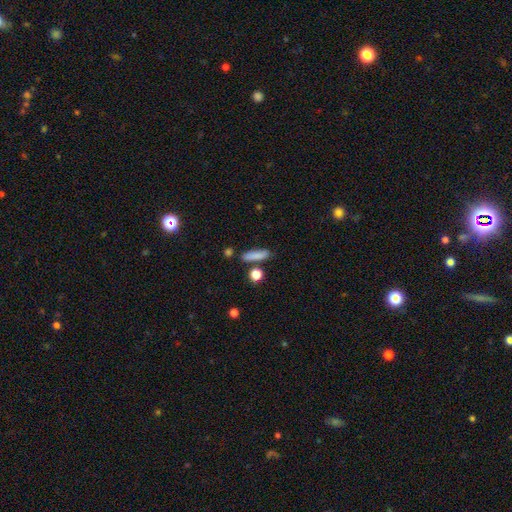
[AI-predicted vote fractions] Smooth or featured: smooth — 82% (star or artifact — 9%)
How rounded: cigar-shaped — 65% (in between — 28%)
Merging: none — 78% (minor disturbance — 12%)